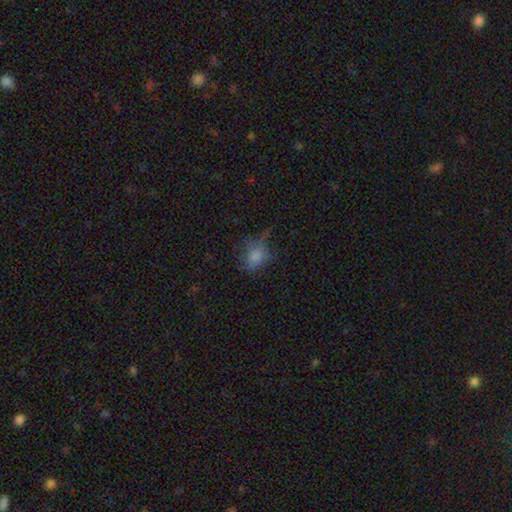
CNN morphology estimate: This is likely a smooth galaxy (75%). How rounded: possibly in between (54%). Merging: possibly none (46%).